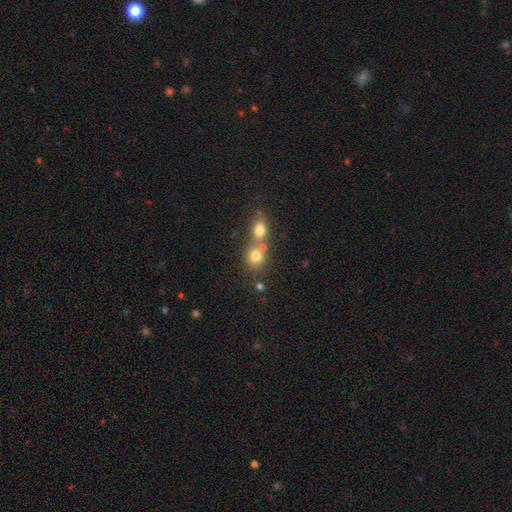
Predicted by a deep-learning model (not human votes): Morphology: type=smooth (76%); roundness=round (77%); merging=merger (51%).